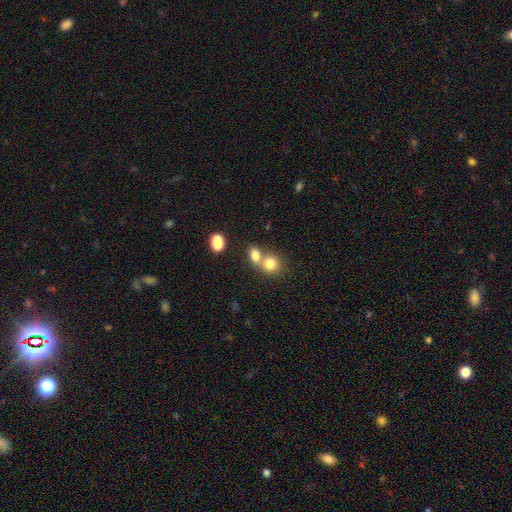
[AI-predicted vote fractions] This is likely a smooth galaxy (78%). How rounded: possibly round (53%). Merging: possibly merger (53%).